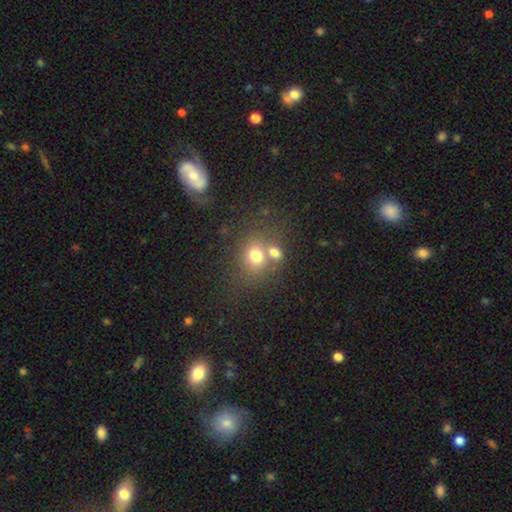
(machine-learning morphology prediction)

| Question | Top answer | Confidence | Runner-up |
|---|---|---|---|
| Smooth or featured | smooth | 72% | star or artifact (14%) |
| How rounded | round | 61% | in between (38%) |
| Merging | none | 46% | merger (39%) |